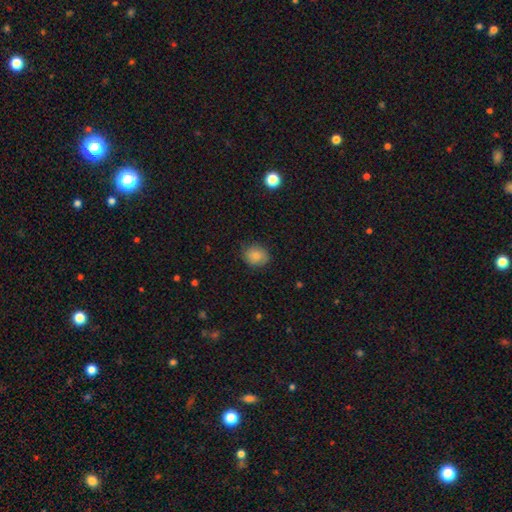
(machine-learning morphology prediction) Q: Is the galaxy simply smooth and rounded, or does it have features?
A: smooth — 83%.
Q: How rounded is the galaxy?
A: round — 65%.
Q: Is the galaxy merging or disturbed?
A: none — 79%.